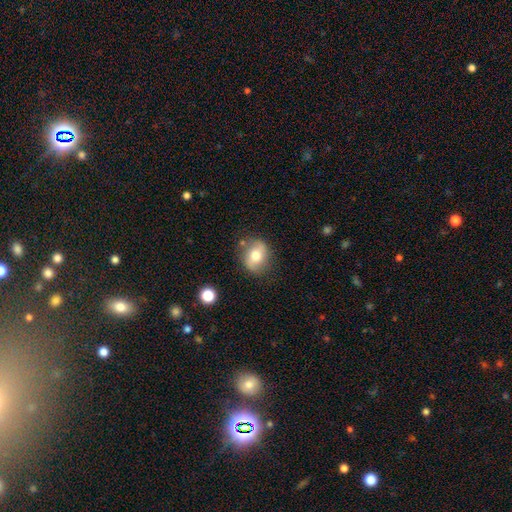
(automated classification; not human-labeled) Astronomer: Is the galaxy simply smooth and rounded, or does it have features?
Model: smooth — 60%.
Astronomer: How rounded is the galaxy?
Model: round — 52% (runner-up: in between, 46%).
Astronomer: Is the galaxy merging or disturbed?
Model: none — 76%.